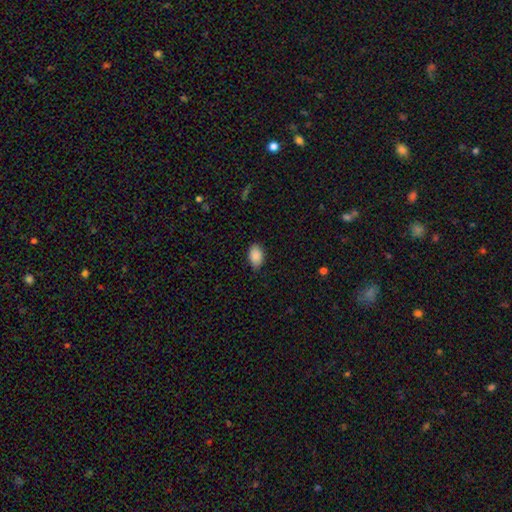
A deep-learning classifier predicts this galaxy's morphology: Smooth or featured? smooth (89%)
How rounded? in between (91%)
Merging? none (83%)